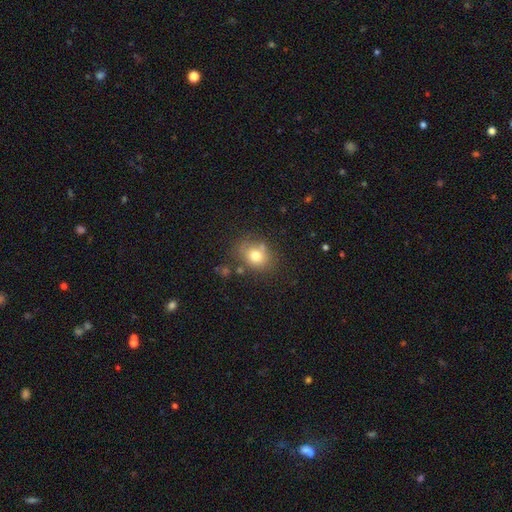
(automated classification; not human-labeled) Morphology: type=smooth (75%); roundness=round (54%); merging=none (69%).